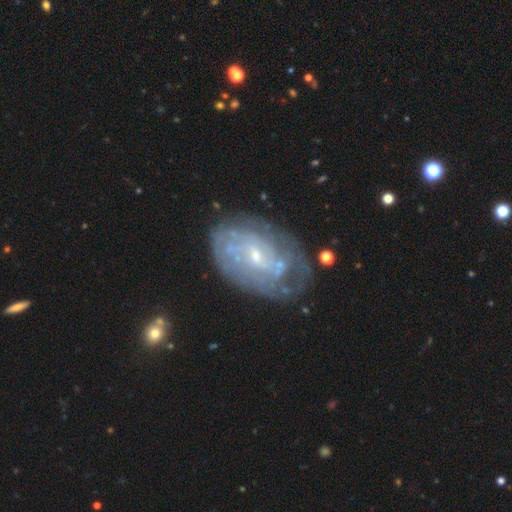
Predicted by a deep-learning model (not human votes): featured or disk 80%, smooth 13%, star or artifact 7%. Down the decision tree: edge-on disk — no (96%); bar — no (56%); spiral arms — yes (80%); spiral arm count — can't tell (57%); spiral winding — tight (63%); bulge size — small (75%); merging — none (62%).